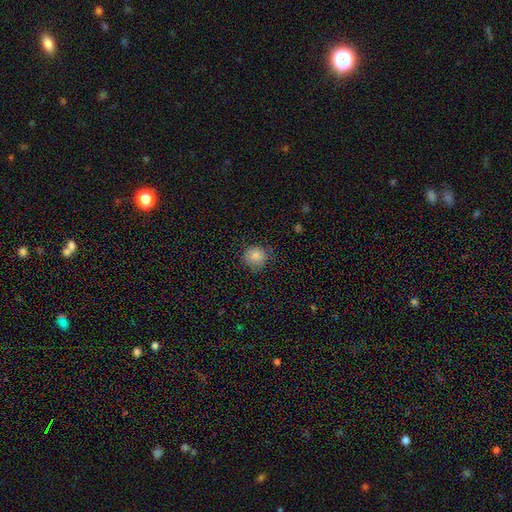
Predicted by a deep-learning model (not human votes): Smooth or featured? Predicted: smooth (p=0.85). How rounded? Predicted: round (p=0.89). Merging? Predicted: none (p=0.75).